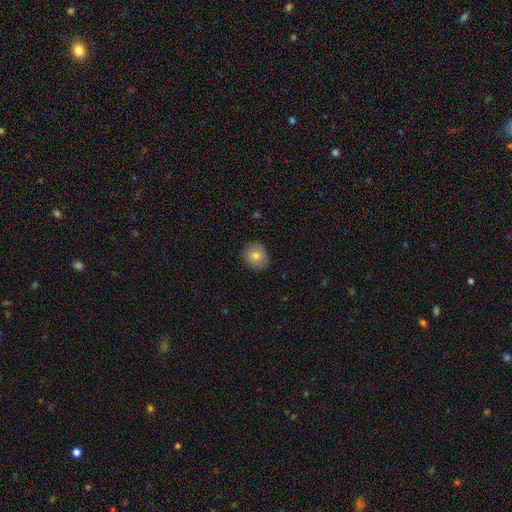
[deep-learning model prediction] Smooth or featured? smooth (79%)
How rounded? round (79%)
Merging? none (88%)